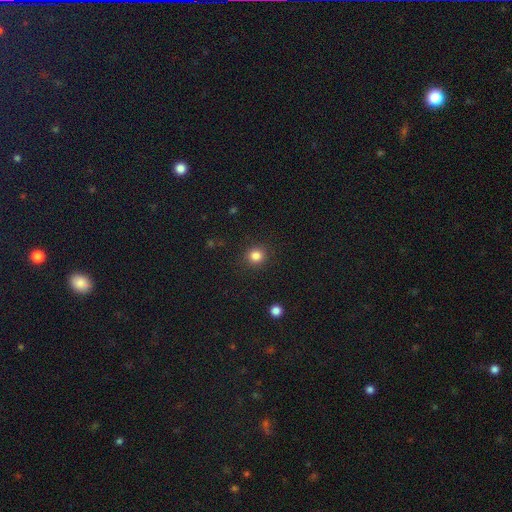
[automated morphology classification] Smooth or featured? smooth (84%)
How rounded? round (90%)
Merging? none (90%)